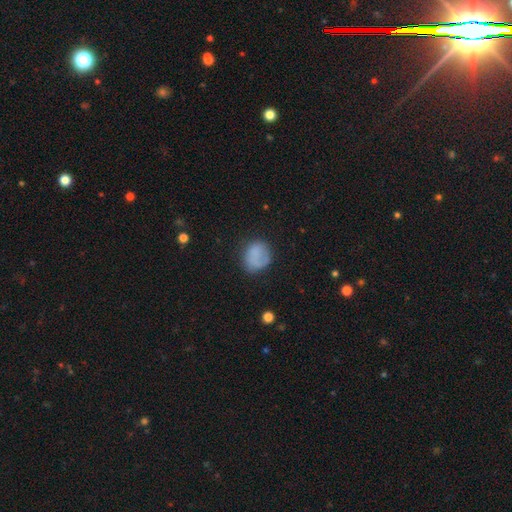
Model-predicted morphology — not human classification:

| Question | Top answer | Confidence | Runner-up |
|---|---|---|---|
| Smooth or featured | smooth | 76% | featured or disk (15%) |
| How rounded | round | 67% | in between (32%) |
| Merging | none | 62% | minor disturbance (24%) |